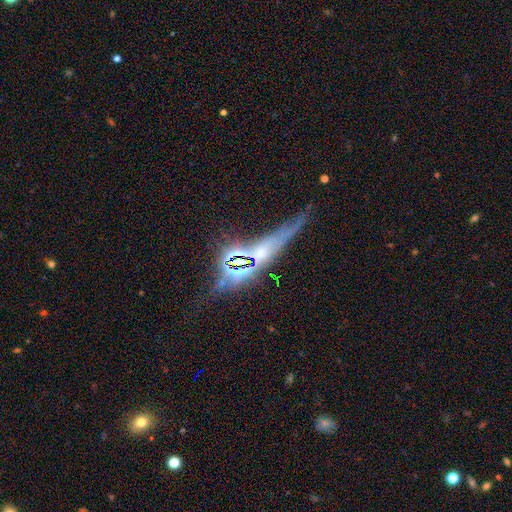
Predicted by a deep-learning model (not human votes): smooth-or-featured: featured or disk: 48% | star or artifact: 31% | smooth: 20%
  merging: none: 55% | minor disturbance: 18% | major disturbance: 14% | merger: 14%